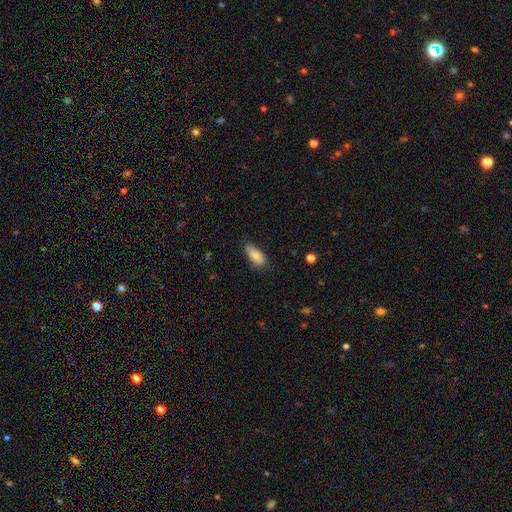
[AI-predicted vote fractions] The model was most divided on "merging": none: 66%, minor disturbance: 28%, major disturbance: 5%, merger: 2%. More confident: smooth or featured — smooth (86%); how rounded — in between (84%).